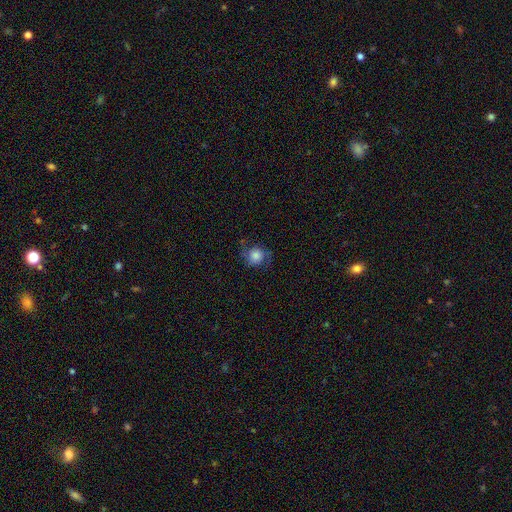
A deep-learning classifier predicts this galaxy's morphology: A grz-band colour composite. It shows a smooth galaxy with no disk features (52%) that is round (86%). Merging: none (68%).